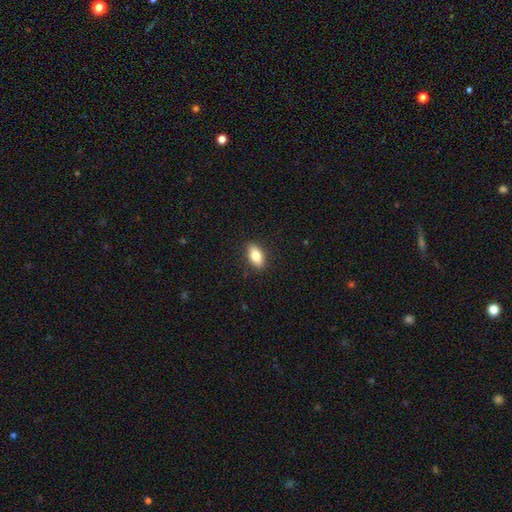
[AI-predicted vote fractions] smooth 81%, featured or disk 11%, star or artifact 7%. Down the decision tree: how rounded — in between (89%); merging — none (88%).